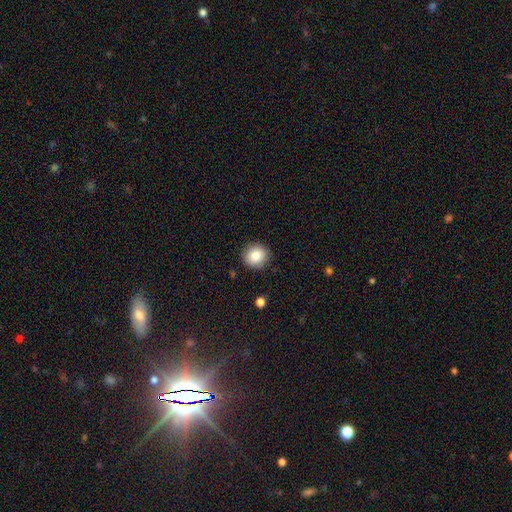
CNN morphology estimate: Overall: smooth (83%). How rounded: round (89%). Merging: none (89%).